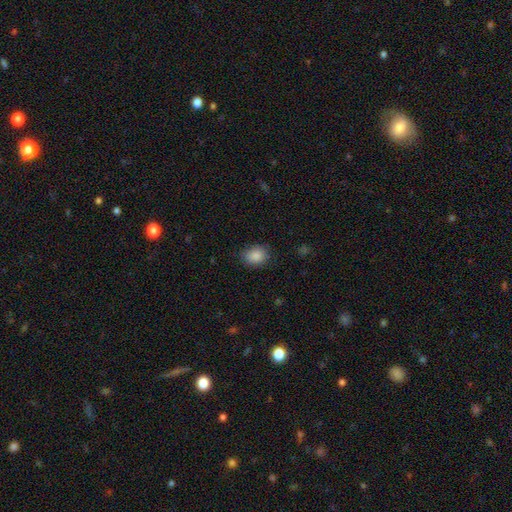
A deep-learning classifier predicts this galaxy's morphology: Smooth or featured? Predicted: smooth (p=0.88). How rounded? Predicted: in between (p=0.53). Merging? Predicted: none (p=0.80).